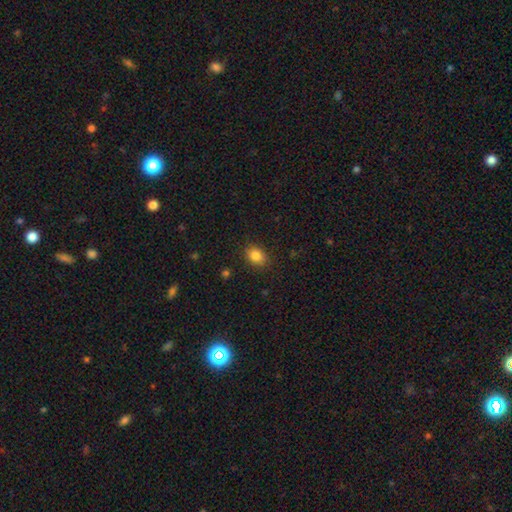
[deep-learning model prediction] Smooth or featured? smooth (84%)
How rounded? in between (62%)
Merging? none (86%)